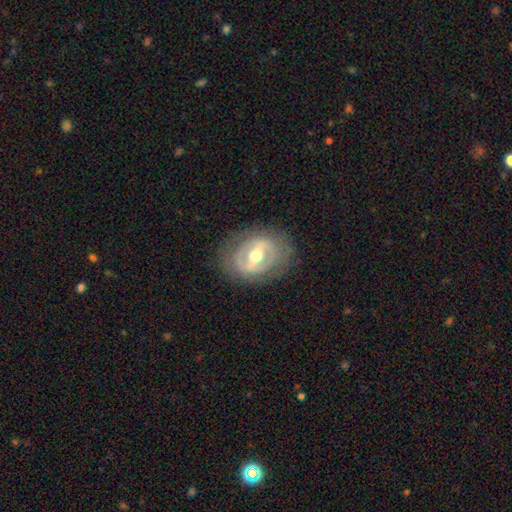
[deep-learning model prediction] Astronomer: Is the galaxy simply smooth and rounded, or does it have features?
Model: featured or disk — 75%.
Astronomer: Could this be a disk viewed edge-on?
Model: no — 93%.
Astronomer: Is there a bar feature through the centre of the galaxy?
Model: strong — 60%.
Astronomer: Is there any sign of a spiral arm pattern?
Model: no — 67%.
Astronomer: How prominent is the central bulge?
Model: moderate — 75%.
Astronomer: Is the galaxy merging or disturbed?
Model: none — 80%.